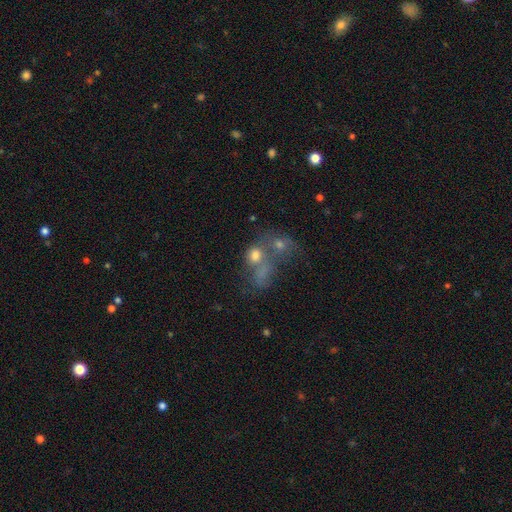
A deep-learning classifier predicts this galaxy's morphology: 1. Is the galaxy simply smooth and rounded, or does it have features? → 61% smooth, 21% featured or disk, 18% star or artifact.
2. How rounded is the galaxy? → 58% round, 40% in between, 2% cigar-shaped.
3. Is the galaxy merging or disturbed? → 60% merger, 22% none, 11% major disturbance, 8% minor disturbance.